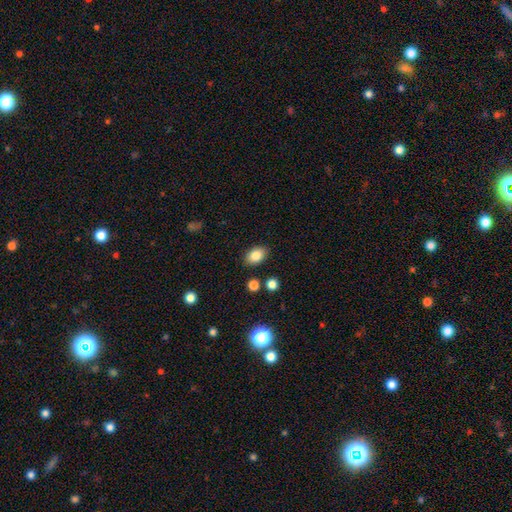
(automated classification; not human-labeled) Overall: smooth (83%). How rounded: in between (84%). Merging: none (85%).